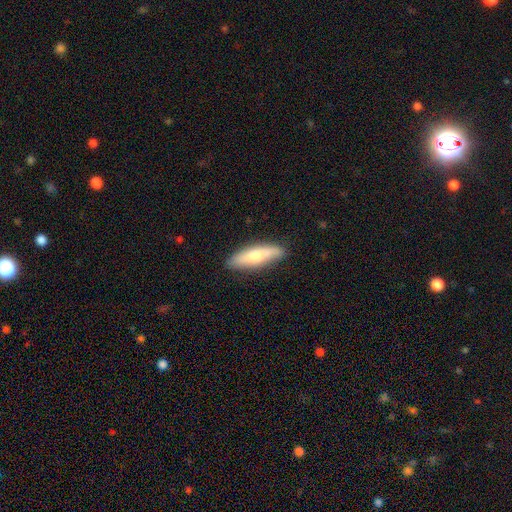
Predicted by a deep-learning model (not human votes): A smooth galaxy with no disk features (64%) that is cigar-shaped (65%).

Vote fractions:
- Smooth or featured? smooth: 64% / featured or disk: 30% / star or artifact: 6%
- How rounded? cigar-shaped: 65% / in between: 33% / round: 2%
- Merging? none: 83% / minor disturbance: 13% / major disturbance: 2% / merger: 1%